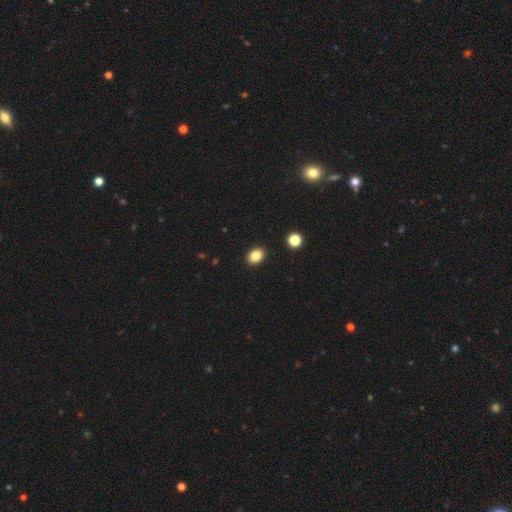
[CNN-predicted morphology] Q: Smooth or featured?
A: smooth (84%); runner-up: star or artifact (10%)
Q: How rounded?
A: in between (69%); runner-up: round (30%)
Q: Merging?
A: none (90%); runner-up: minor disturbance (7%)